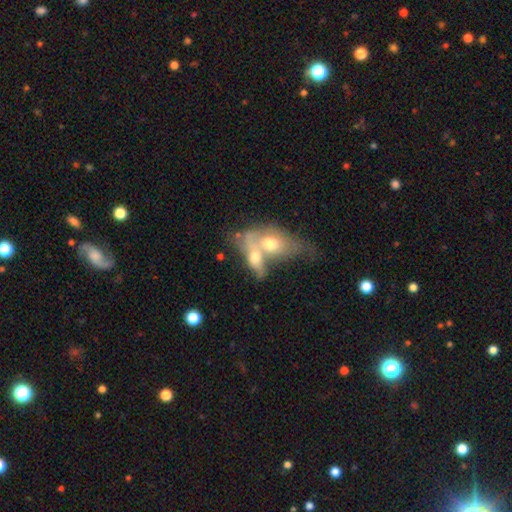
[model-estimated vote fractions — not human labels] Smooth or featured? Predicted: featured or disk (p=0.47). Merging? Predicted: merger (p=0.70).